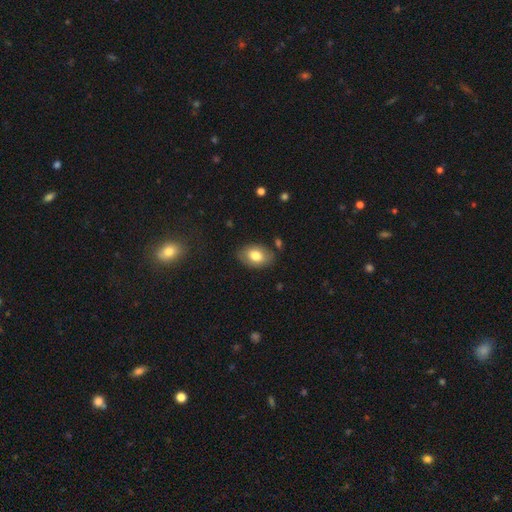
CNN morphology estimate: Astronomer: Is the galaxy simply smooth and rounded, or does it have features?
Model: smooth — 77%.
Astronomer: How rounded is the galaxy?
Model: in between — 87%.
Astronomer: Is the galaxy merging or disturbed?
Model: none — 82%.